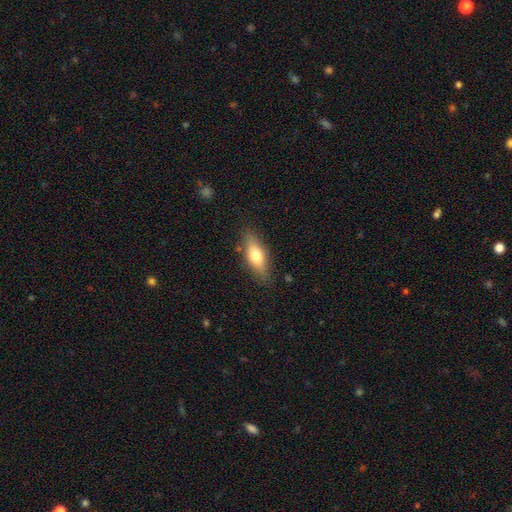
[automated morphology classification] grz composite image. It shows a smooth galaxy with no disk features (66%) that is in between round and cigar-shaped (64%). Merging: none (83%).